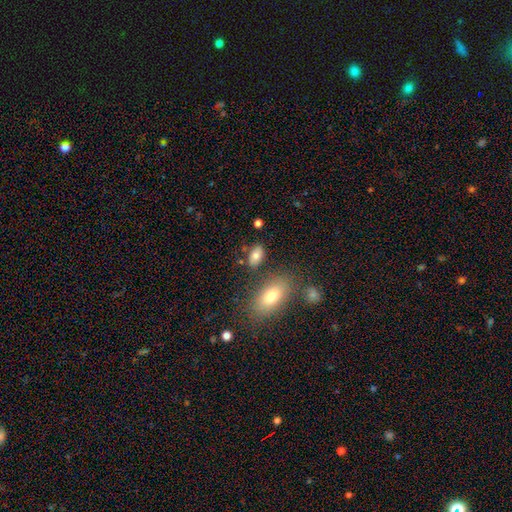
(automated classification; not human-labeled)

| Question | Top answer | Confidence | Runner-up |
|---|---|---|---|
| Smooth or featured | smooth | 80% | featured or disk (11%) |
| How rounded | in between | 91% | round (7%) |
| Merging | none | 76% | minor disturbance (13%) |